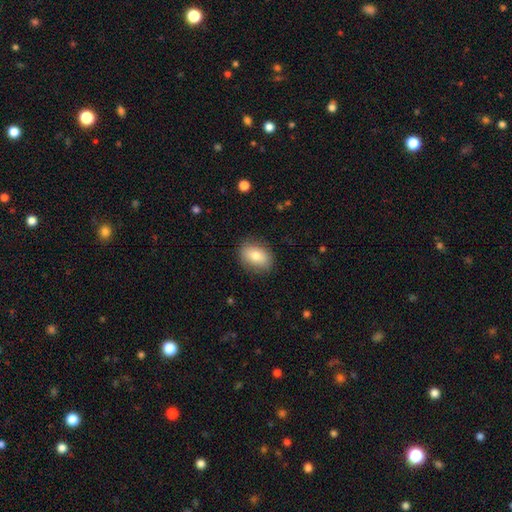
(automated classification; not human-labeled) Smooth or featured: smooth — 80% (featured or disk — 13%)
How rounded: in between — 77% (round — 21%)
Merging: none — 85% (minor disturbance — 11%)